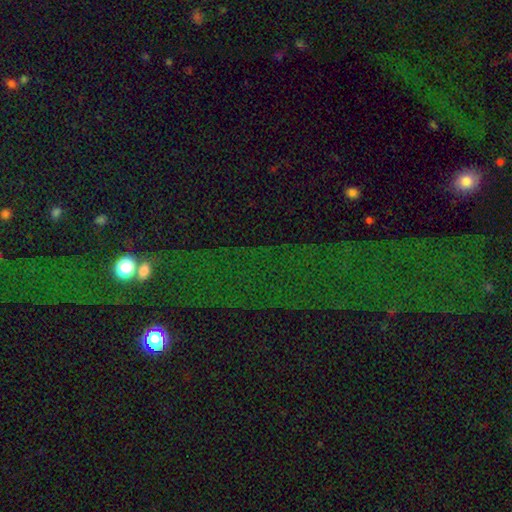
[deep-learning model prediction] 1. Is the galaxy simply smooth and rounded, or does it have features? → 75% star or artifact, 13% featured or disk, 12% smooth.